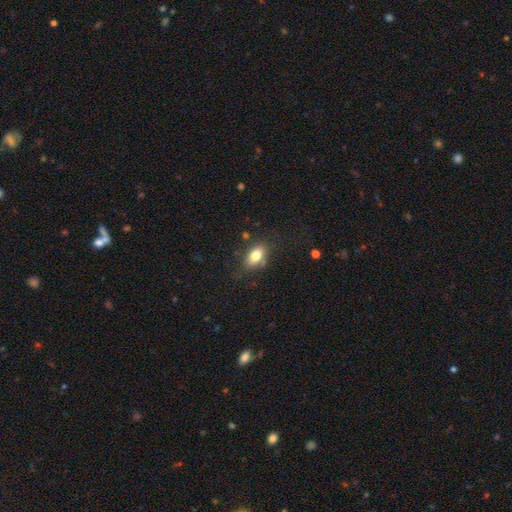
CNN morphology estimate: A smooth galaxy with no disk features (77%) that is in between round and cigar-shaped (87%). Merging: none (72%).